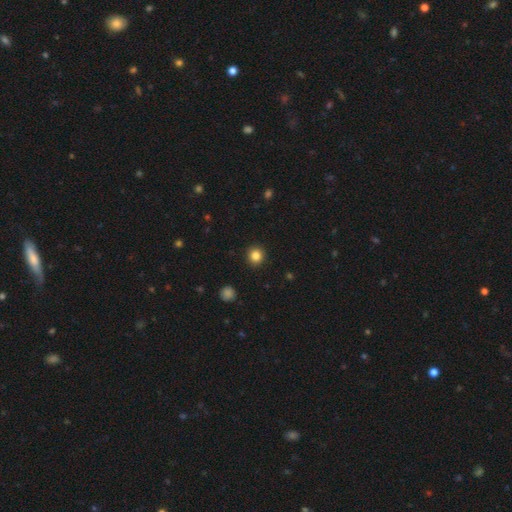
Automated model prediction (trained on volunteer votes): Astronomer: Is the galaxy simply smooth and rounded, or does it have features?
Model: smooth — 84%.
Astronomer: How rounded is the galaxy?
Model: round — 92%.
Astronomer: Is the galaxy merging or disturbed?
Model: none — 93%.